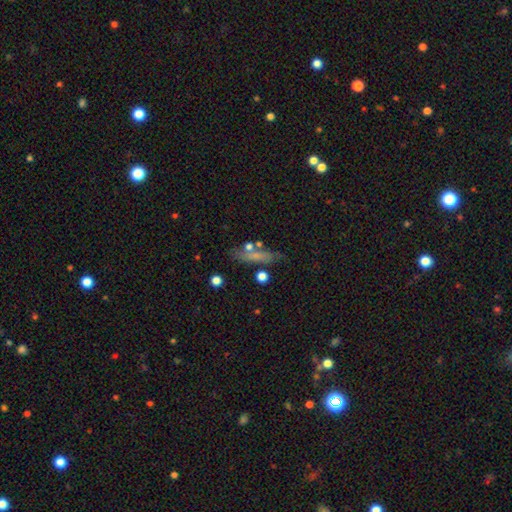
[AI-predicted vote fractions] A smooth galaxy with no disk features (59%) that is cigar-shaped (70%).

Vote fractions:
- Smooth or featured? smooth: 59% / featured or disk: 29% / star or artifact: 12%
- How rounded? cigar-shaped: 70% / in between: 24% / round: 6%
- Merging? none: 71% / minor disturbance: 16% / merger: 8% / major disturbance: 5%